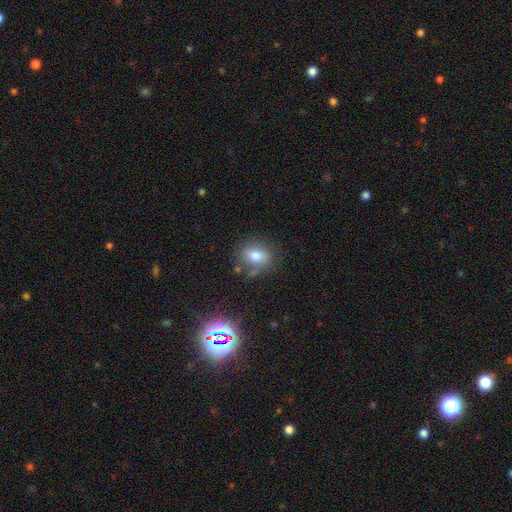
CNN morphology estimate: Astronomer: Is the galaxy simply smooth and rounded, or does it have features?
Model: smooth — 77%.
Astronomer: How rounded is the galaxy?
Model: in between — 54% (runner-up: round, 44%).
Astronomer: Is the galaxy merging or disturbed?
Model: none — 67%.